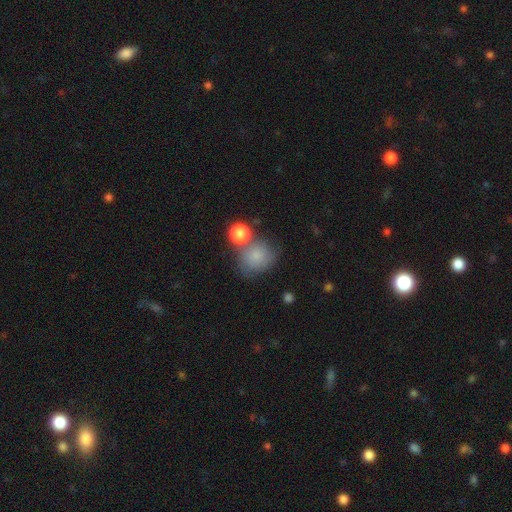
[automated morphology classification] Q: Smooth or featured?
A: smooth (79%); runner-up: featured or disk (11%)
Q: How rounded?
A: round (77%); runner-up: in between (22%)
Q: Merging?
A: none (53%); runner-up: minor disturbance (20%)